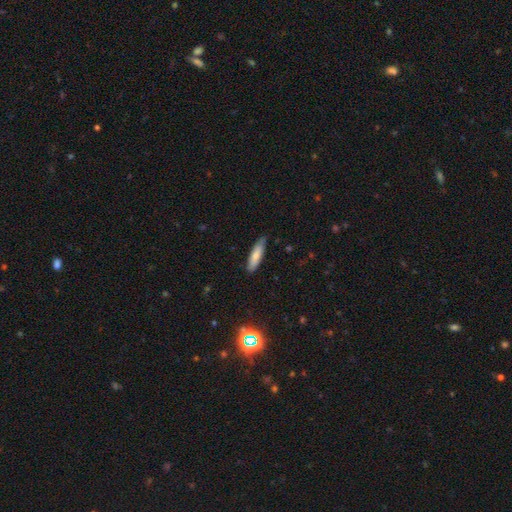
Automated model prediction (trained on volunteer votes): smooth-or-featured: smooth: 78% | featured or disk: 16% | star or artifact: 6%
  how-rounded: cigar-shaped: 67% | in between: 32% | round: 1%
  merging: none: 78% | minor disturbance: 18% | major disturbance: 3% | merger: 1%